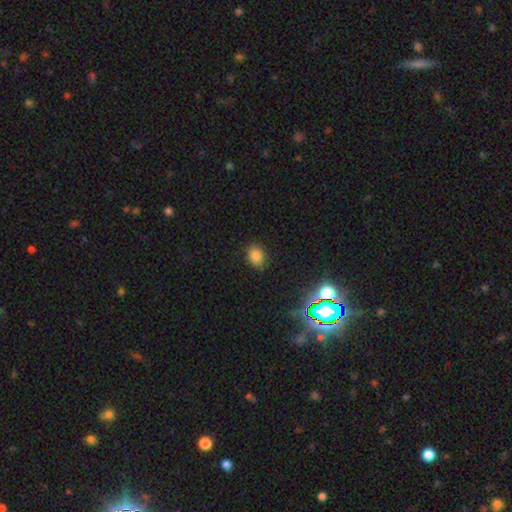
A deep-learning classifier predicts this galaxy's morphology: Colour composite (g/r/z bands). It shows a smooth galaxy with no disk features (82%) that is in between round and cigar-shaped (51%). Merging: none (85%).